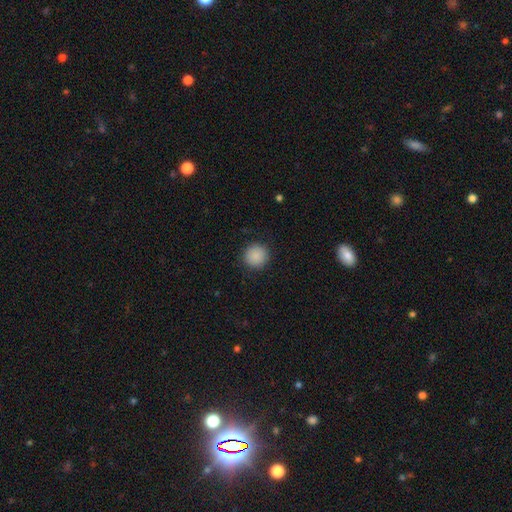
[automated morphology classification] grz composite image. It shows a smooth galaxy with no disk features (89%) that is round (95%). Merging: none (91%).